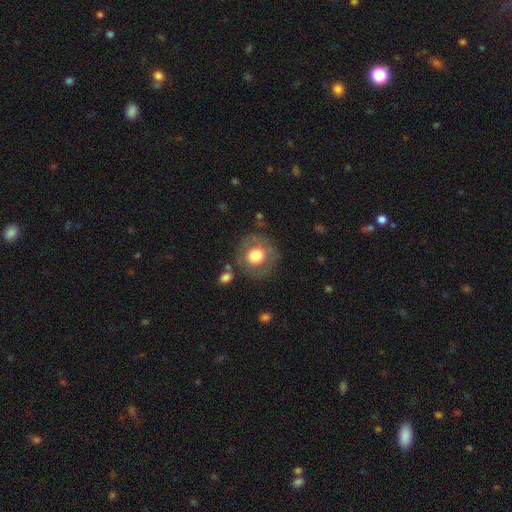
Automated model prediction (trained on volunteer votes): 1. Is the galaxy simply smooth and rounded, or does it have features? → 62% smooth, 30% featured or disk, 8% star or artifact.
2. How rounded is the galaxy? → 91% round, 8% in between, 1% cigar-shaped.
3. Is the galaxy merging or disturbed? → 75% none, 14% minor disturbance, 7% major disturbance, 4% merger.